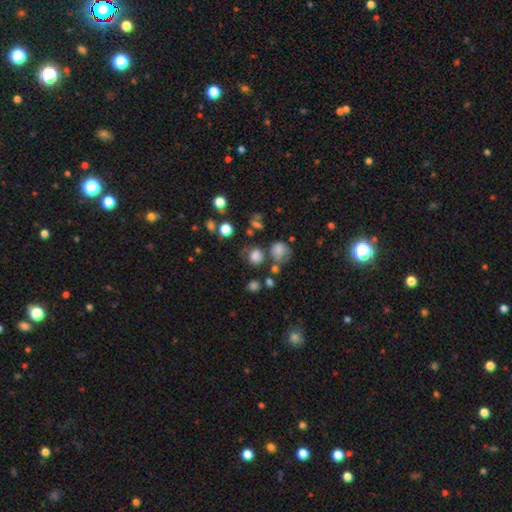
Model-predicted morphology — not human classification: Smooth or featured?
  - smooth: 78% *
  - star or artifact: 15%
  - featured or disk: 7%
How rounded?
  - round: 82% *
  - in between: 17%
  - cigar-shaped: 1%
Merging?
  - none: 66% *
  - minor disturbance: 14%
  - merger: 13%
  - major disturbance: 7%